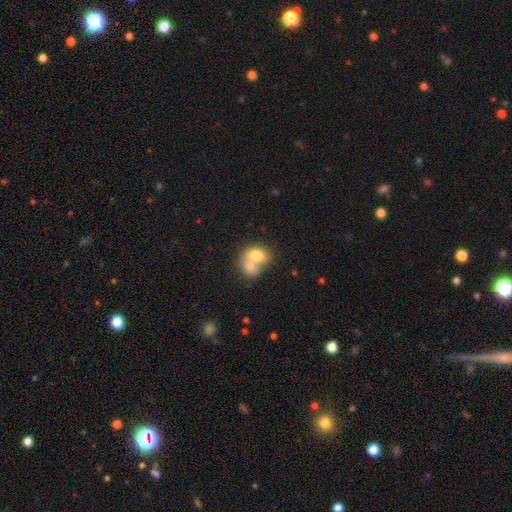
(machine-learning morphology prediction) A smooth galaxy with no disk features (73%) that is in between round and cigar-shaped (68%). Merging: merger (73%).